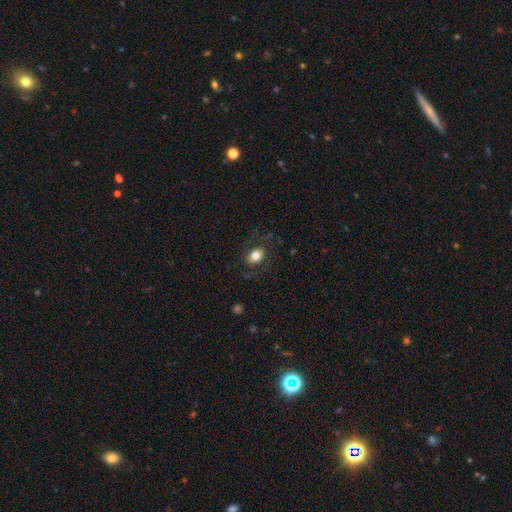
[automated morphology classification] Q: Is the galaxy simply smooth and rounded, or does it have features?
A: smooth — 71%.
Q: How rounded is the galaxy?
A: in between — 67%.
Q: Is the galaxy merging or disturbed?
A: none — 75%.